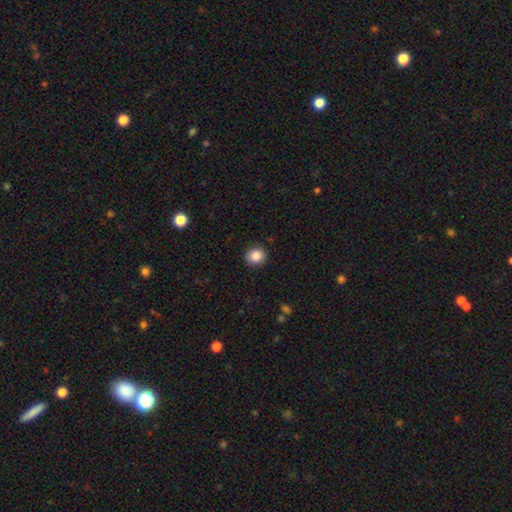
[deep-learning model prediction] smooth-or-featured: smooth: 86% | star or artifact: 10% | featured or disk: 5%
  how-rounded: round: 88% | in between: 11% | cigar-shaped: 1%
  merging: none: 91% | minor disturbance: 6% | major disturbance: 2% | merger: 1%